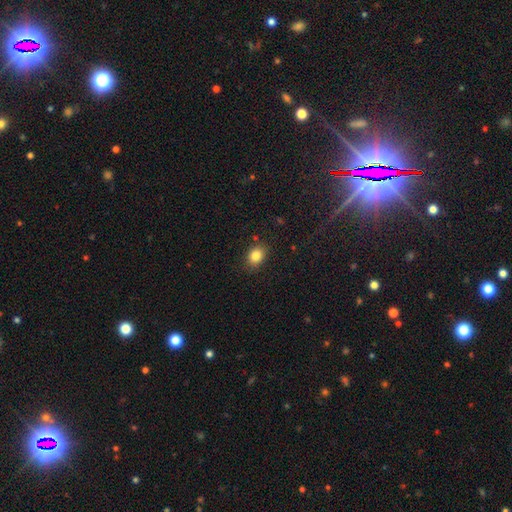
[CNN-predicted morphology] smooth 84%, star or artifact 10%, featured or disk 6%. Down the decision tree: how rounded — in between (64%); merging — none (84%).